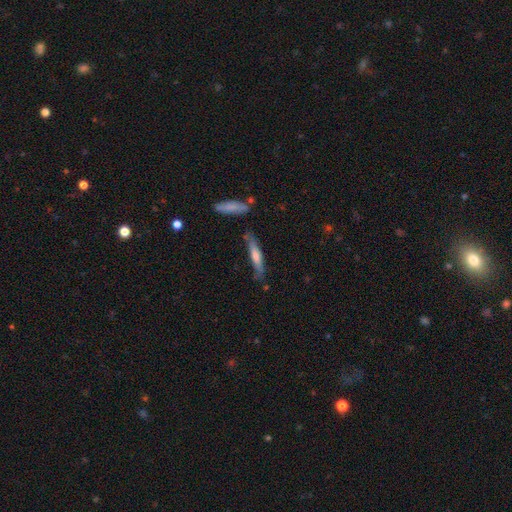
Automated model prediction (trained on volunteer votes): This is possibly a smooth galaxy (56%). How rounded: clearly cigar-shaped (88%). Merging: likely none (69%).